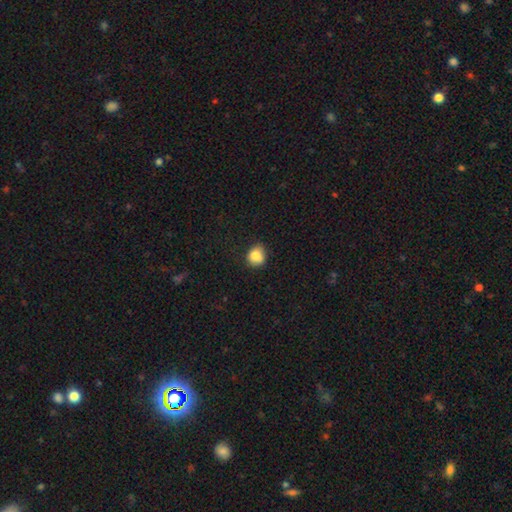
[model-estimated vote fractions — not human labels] Smooth or featured? smooth (83%)
How rounded? round (74%)
Merging? none (66%)